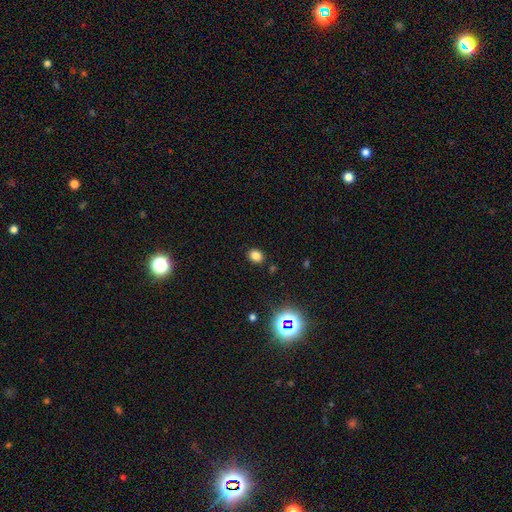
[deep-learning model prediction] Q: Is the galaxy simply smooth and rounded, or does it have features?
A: smooth — 79%.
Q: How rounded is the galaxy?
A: round — 54%.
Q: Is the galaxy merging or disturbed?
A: none — 88%.